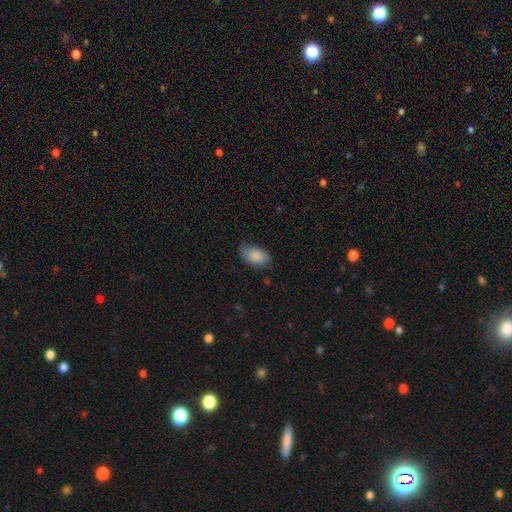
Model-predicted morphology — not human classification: smooth 87%, featured or disk 7%, star or artifact 6%. Down the decision tree: how rounded — in between (92%); merging — none (72%).